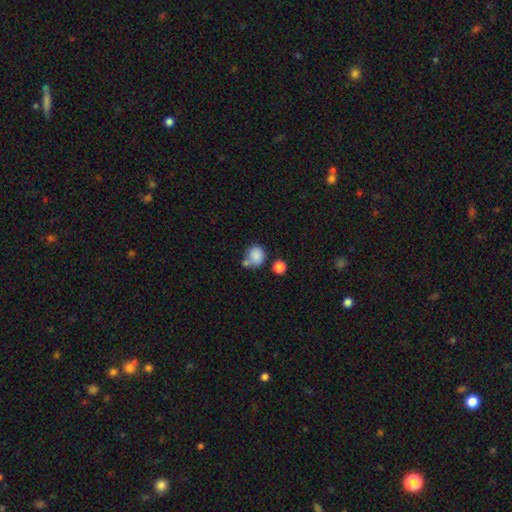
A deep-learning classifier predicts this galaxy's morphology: This is clearly a smooth galaxy (84%). How rounded: likely round (75%). Merging: possibly none (50%).